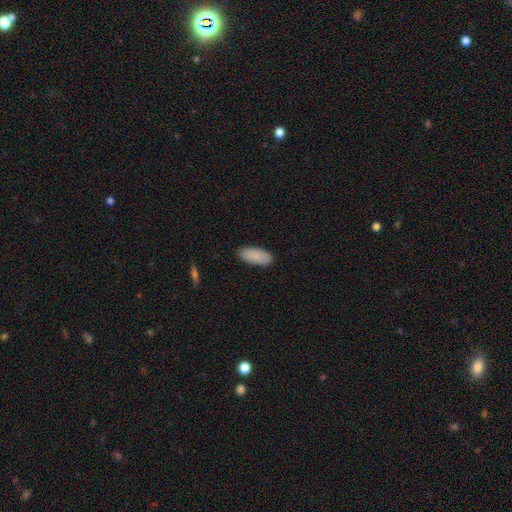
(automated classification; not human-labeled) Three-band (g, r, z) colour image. It shows a smooth galaxy with no disk features (89%) that is in between round and cigar-shaped (85%). Merging: none (88%).